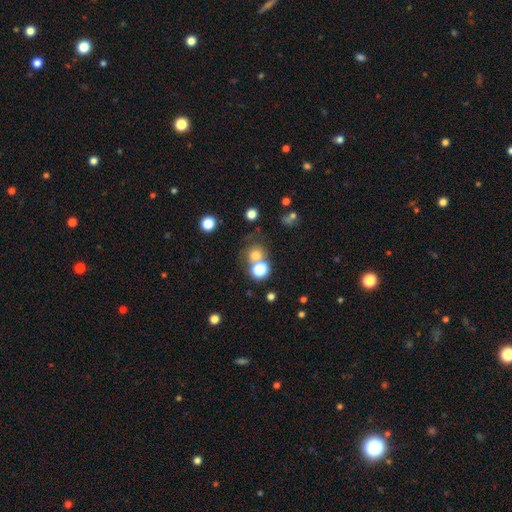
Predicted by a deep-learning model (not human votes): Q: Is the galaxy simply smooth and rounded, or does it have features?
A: smooth — 69%.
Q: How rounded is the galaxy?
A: round — 85%.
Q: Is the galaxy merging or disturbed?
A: none — 54%.